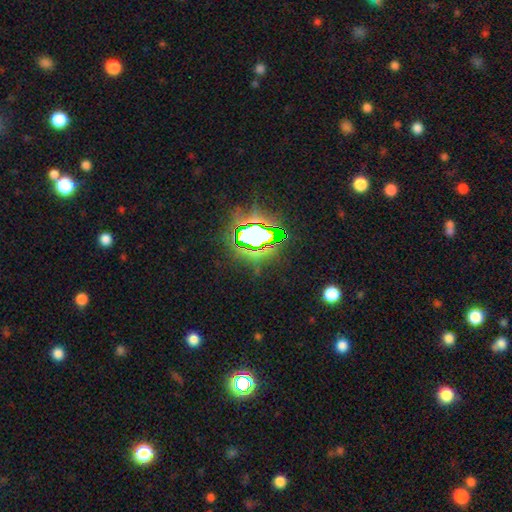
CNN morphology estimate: Smooth or featured? star or artifact (80%)